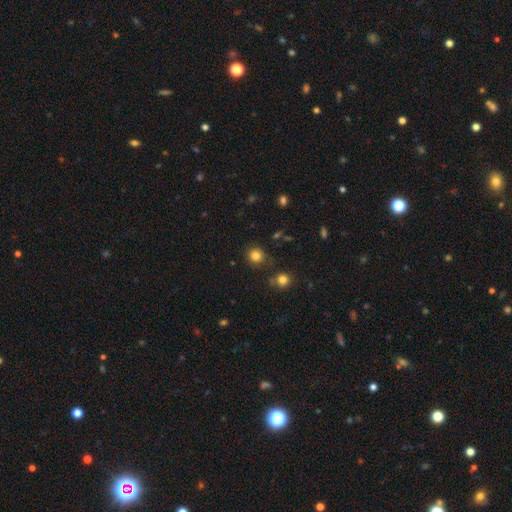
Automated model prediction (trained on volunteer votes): Q: Smooth or featured?
A: smooth (82%); runner-up: star or artifact (13%)
Q: How rounded?
A: round (89%); runner-up: in between (10%)
Q: Merging?
A: none (84%); runner-up: minor disturbance (9%)